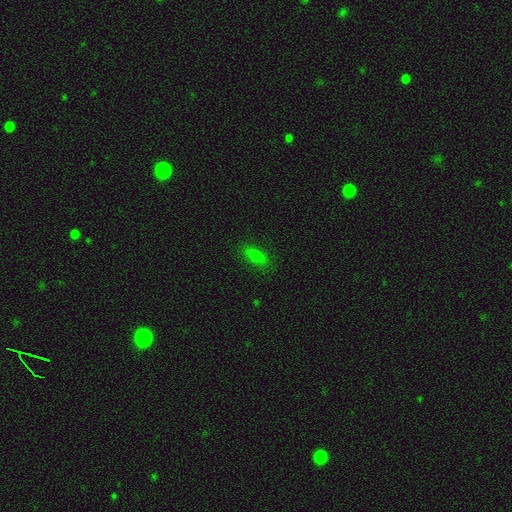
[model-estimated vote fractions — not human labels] smooth-or-featured: smooth: 73% | star or artifact: 14% | featured or disk: 13%
  how-rounded: in between: 76% | cigar-shaped: 15% | round: 9%
  merging: none: 85% | minor disturbance: 11% | major disturbance: 3% | merger: 1%